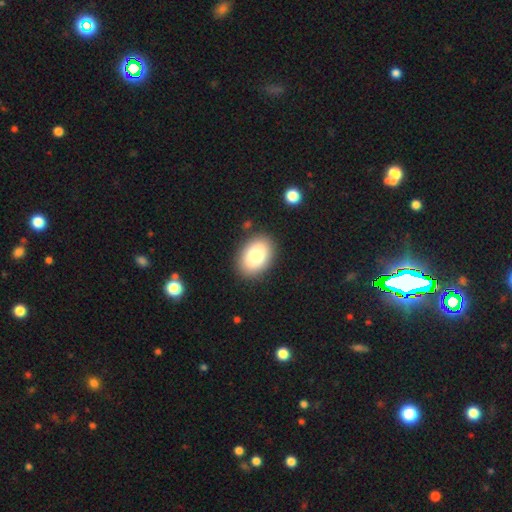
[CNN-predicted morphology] Smooth or featured? smooth (81%)
How rounded? in between (82%)
Merging? none (88%)